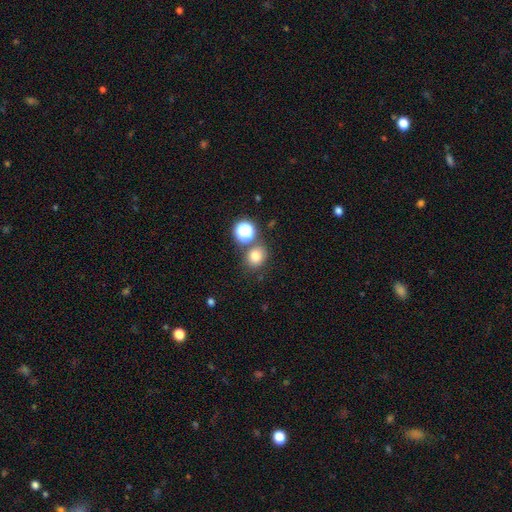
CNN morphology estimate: This appears to be a smooth galaxy with no disk features (77%) that is round (74%). Merging: none (73%).